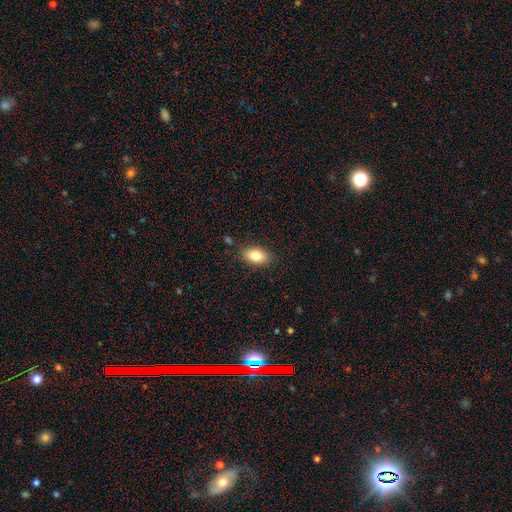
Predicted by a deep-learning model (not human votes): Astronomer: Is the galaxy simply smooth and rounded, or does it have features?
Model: smooth — 82%.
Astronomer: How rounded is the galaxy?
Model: in between — 90%.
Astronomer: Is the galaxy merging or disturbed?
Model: none — 84%.